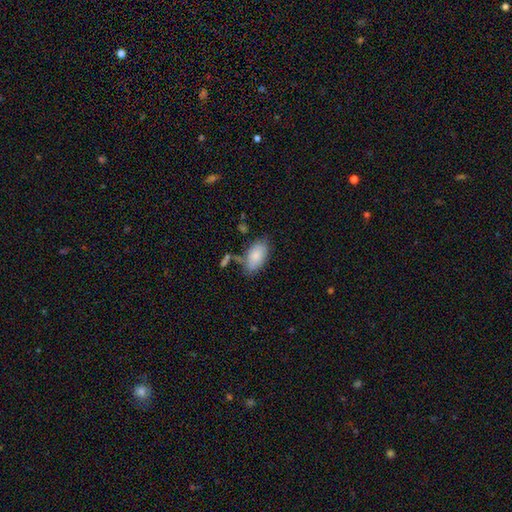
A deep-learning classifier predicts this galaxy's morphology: Overall: smooth (83%). How rounded: in between (94%). Merging: none (65%).